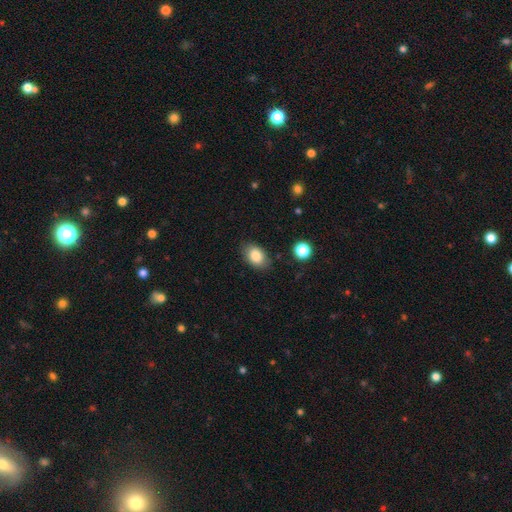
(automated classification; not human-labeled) Smooth or featured? Predicted: smooth (p=0.84). How rounded? Predicted: in between (p=0.83). Merging? Predicted: none (p=0.80).